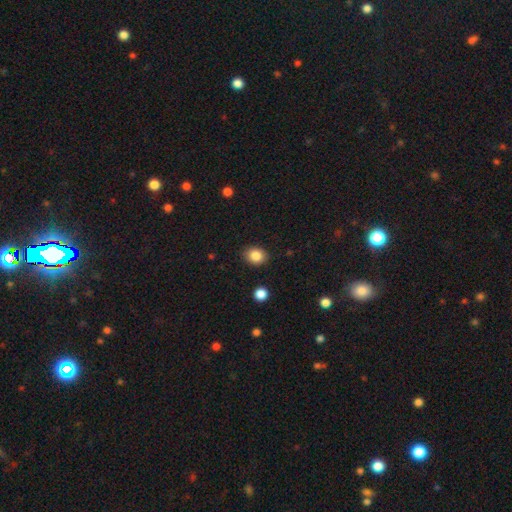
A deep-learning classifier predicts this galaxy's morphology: A smooth galaxy with no disk features (85%) that is round (50%). Merging: none (87%).